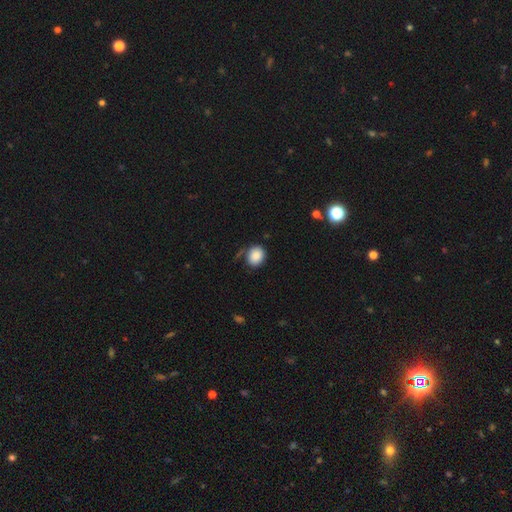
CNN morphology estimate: smooth_or_featured: smooth (p=0.87) [alt: star or artifact p=0.08]
how_rounded: round (p=0.64) [alt: in between p=0.35]
merging: none (p=0.69) [alt: minor disturbance p=0.20]